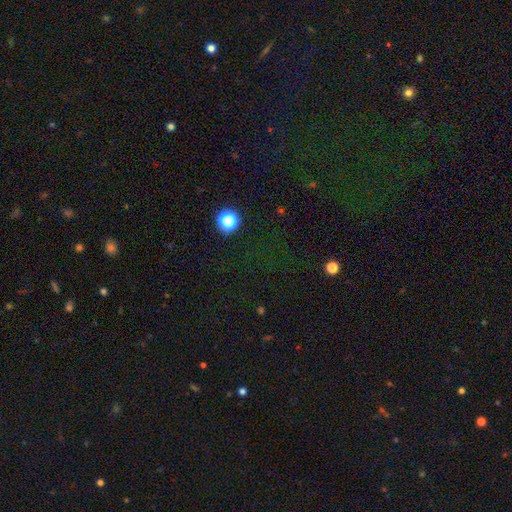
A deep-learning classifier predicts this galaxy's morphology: Overall: star or artifact (62%; smooth 31%).